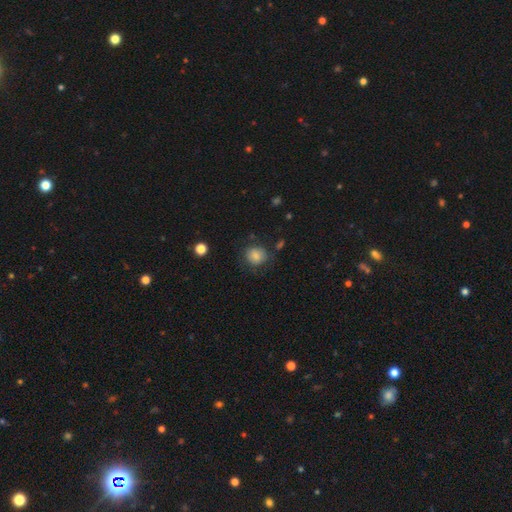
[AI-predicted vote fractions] Smooth or featured? Predicted: smooth (p=0.81). How rounded? Predicted: round (p=0.78). Merging? Predicted: none (p=0.72).